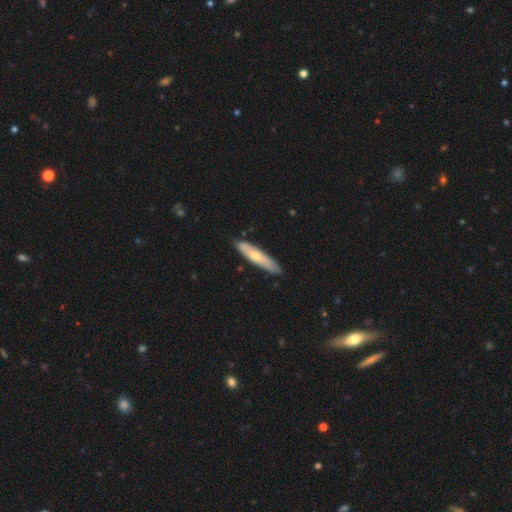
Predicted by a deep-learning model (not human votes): Smooth or featured? Predicted: smooth (p=0.56). How rounded? Predicted: cigar-shaped (p=0.82). Merging? Predicted: none (p=0.84).